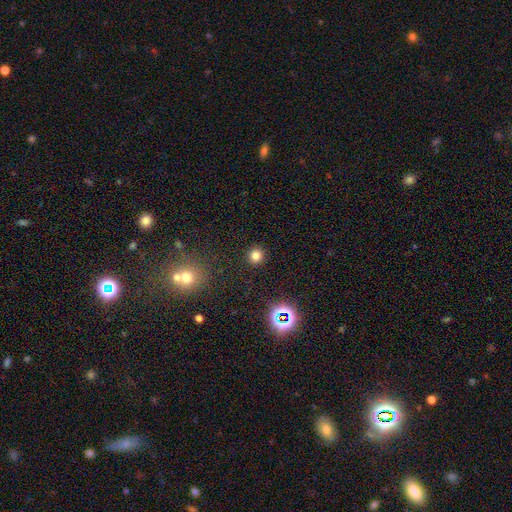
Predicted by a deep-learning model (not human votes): Q: Smooth or featured?
A: smooth (77%); runner-up: star or artifact (18%)
Q: How rounded?
A: round (93%); runner-up: in between (6%)
Q: Merging?
A: none (92%); runner-up: minor disturbance (5%)